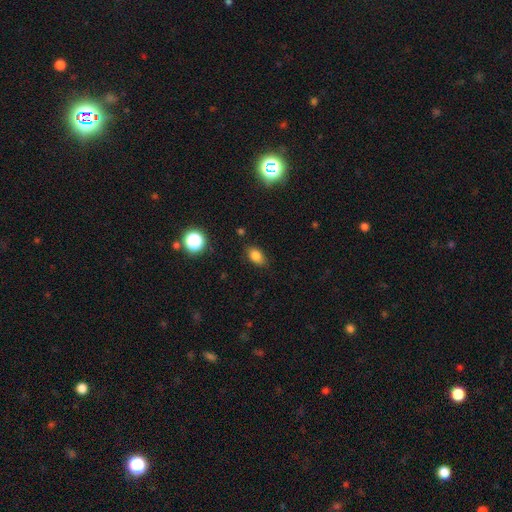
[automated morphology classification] Smooth or featured? smooth (81%)
How rounded? in between (83%)
Merging? none (83%)